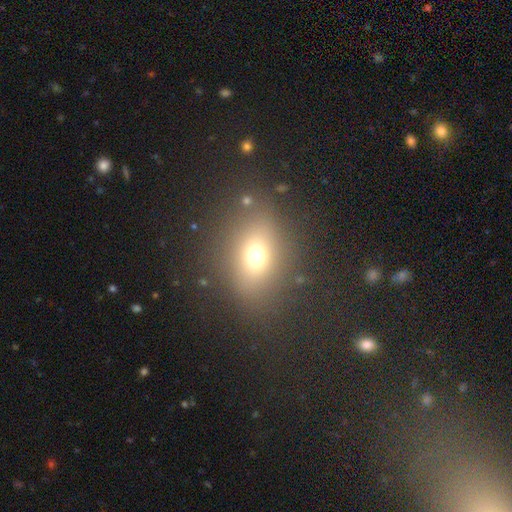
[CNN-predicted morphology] smooth_or_featured: smooth (p=0.68) [alt: star or artifact p=0.17]
how_rounded: in between (p=0.61) [alt: round p=0.35]
merging: none (p=0.80) [alt: minor disturbance p=0.11]